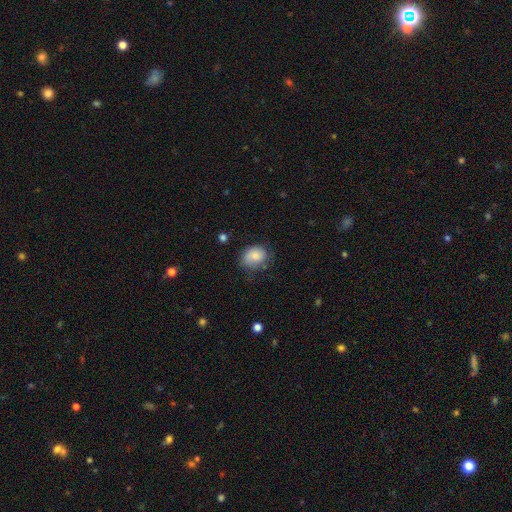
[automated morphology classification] A smooth galaxy with no disk features (80%) that is in between round and cigar-shaped (54%). Merging: none (62%).